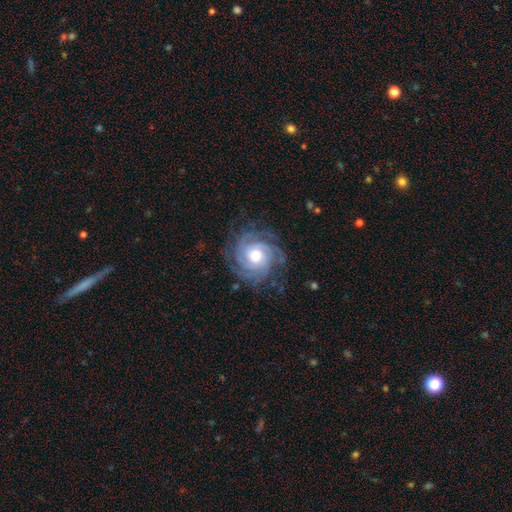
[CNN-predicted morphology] smooth-or-featured: featured or disk: 87% | smooth: 7% | star or artifact: 6%
  disk-edge-on: no: 98% | yes: 2%
    bar: no: 71% | weak: 23% | strong: 6%
    has-spiral-arms: yes: 98% | no: 2%
      spiral-winding: tight: 72% | medium: 24% | loose: 4%
      spiral-arm-count: 4: 27% | 3: 24% | can't tell: 20% | more than 4: 14% | 2: 9% | 1: 7%
    bulge-size: moderate: 69% | large: 16% | small: 14% | none: 1% | dominant: 1%
  merging: none: 78% | minor disturbance: 15% | major disturbance: 6% | merger: 1%